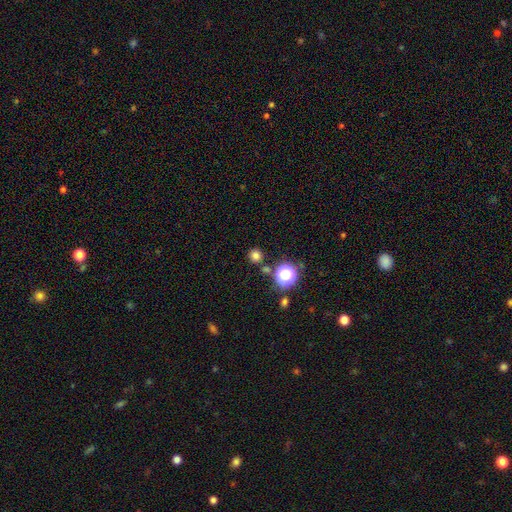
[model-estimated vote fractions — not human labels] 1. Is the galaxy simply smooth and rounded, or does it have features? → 74% smooth, 21% star or artifact, 5% featured or disk.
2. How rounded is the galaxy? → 92% round, 7% in between, 1% cigar-shaped.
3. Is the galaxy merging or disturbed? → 83% none, 7% minor disturbance, 6% merger, 3% major disturbance.